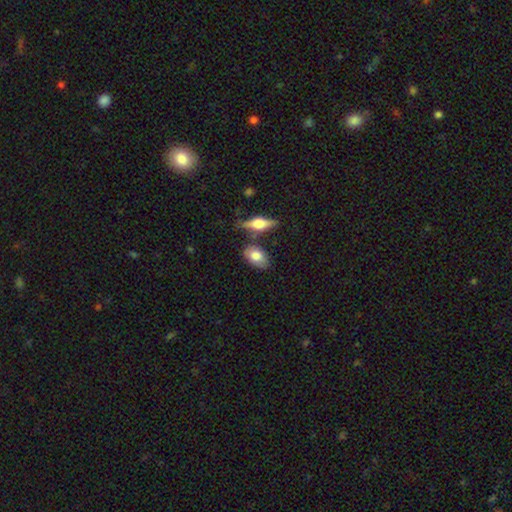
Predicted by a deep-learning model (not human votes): Smooth or featured?
  - smooth: 76% *
  - featured or disk: 18%
  - star or artifact: 6%
How rounded?
  - in between: 87% *
  - round: 9%
  - cigar-shaped: 3%
Merging?
  - none: 68% *
  - minor disturbance: 16%
  - merger: 11%
  - major disturbance: 4%